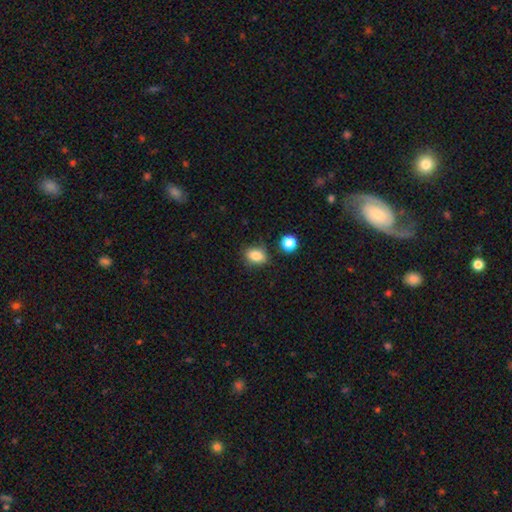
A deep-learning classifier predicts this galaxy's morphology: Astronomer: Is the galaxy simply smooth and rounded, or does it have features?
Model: smooth — 83%.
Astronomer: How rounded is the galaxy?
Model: in between — 74%.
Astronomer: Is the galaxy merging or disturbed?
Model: none — 80%.